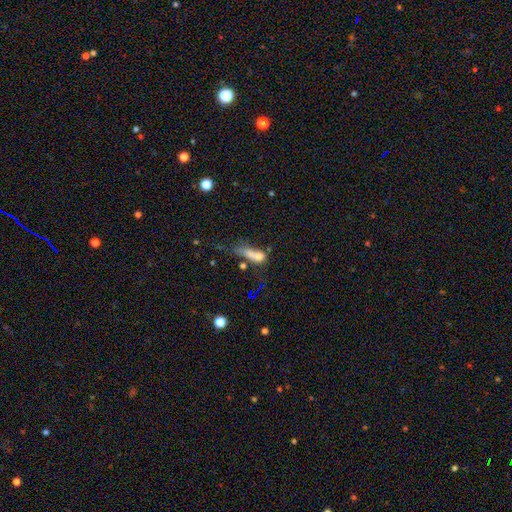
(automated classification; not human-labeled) Smooth or featured? smooth (62%)
How rounded? in between (56%)
Merging? major disturbance (34%)